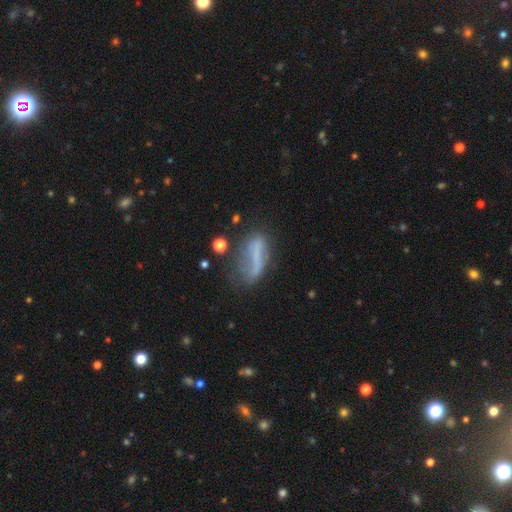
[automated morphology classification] Smooth or featured?
  - smooth: 44% * (tied)
  - featured or disk: 44% * (tied)
  - star or artifact: 12%
Merging?
  - none: 40% *
  - minor disturbance: 28%
  - major disturbance: 25%
  - merger: 8%